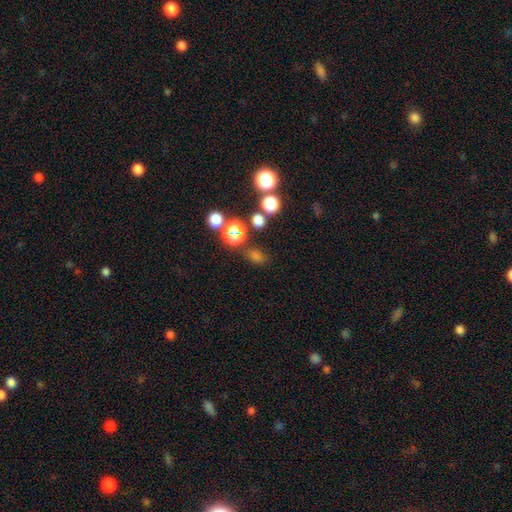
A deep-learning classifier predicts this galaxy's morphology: Q: Smooth or featured?
A: smooth (51%); runner-up: star or artifact (41%)
Q: How rounded?
A: round (70%); runner-up: in between (28%)
Q: Merging?
A: none (78%); runner-up: minor disturbance (10%)